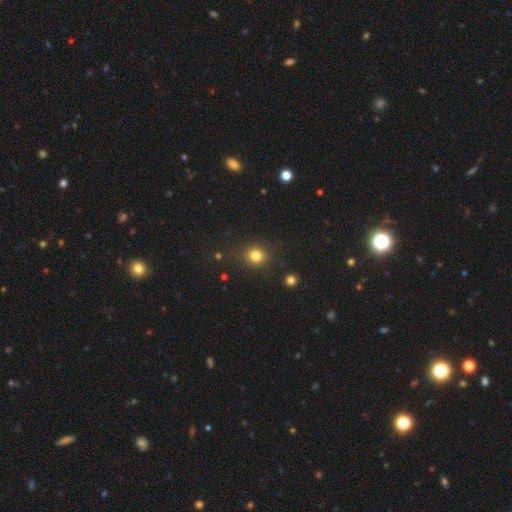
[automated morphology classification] Smooth or featured? smooth (81%)
How rounded? round (87%)
Merging? none (86%)